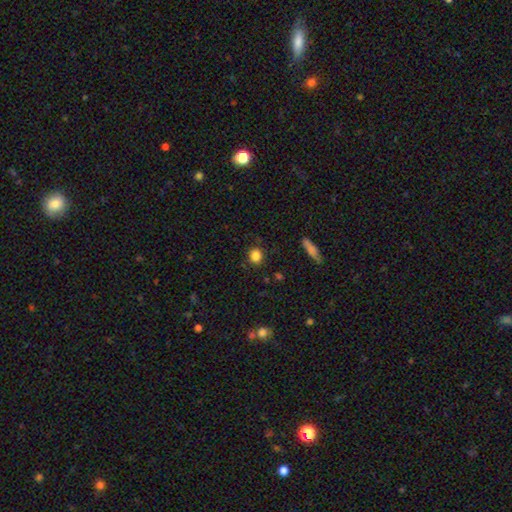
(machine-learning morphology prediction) Smooth or featured: smooth — 84% (star or artifact — 11%)
How rounded: round — 83% (in between — 15%)
Merging: none — 87% (minor disturbance — 9%)